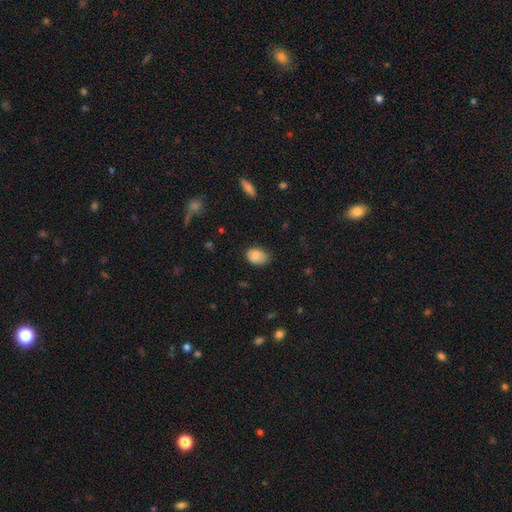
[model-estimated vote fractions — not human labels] Morphology: type=smooth (82%); roundness=in between (78%); merging=none (58%).